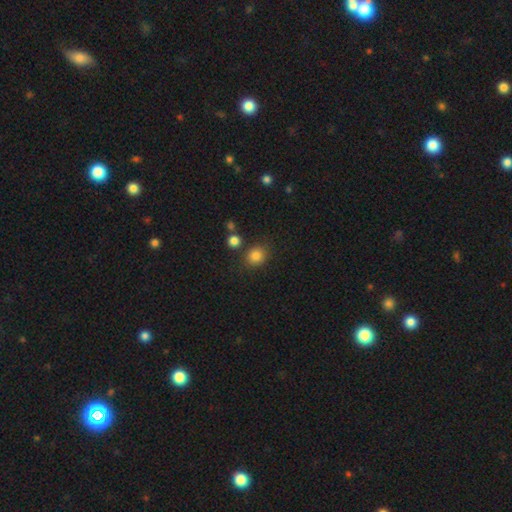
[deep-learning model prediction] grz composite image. It shows a smooth galaxy with no disk features (83%) that is round (79%). Merging: none (79%).